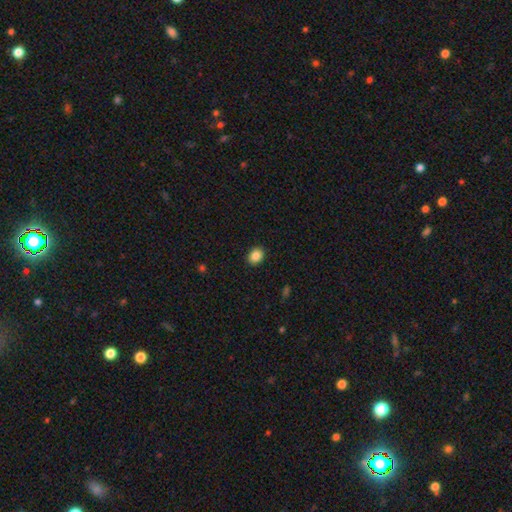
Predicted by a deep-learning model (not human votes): Smooth or featured? smooth (87%)
How rounded? in between (56%)
Merging? none (90%)